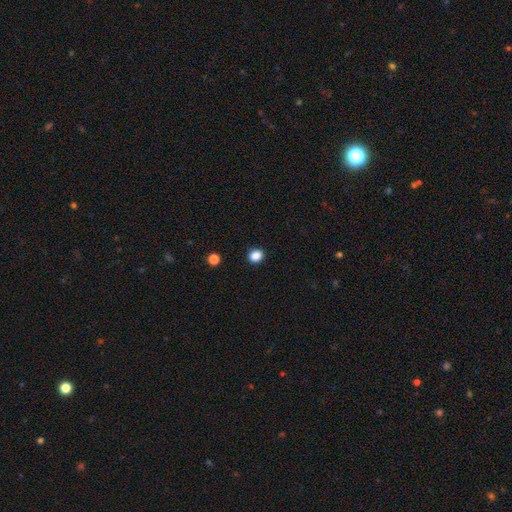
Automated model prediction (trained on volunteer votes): Smooth or featured? smooth (86%)
How rounded? round (69%)
Merging? none (91%)